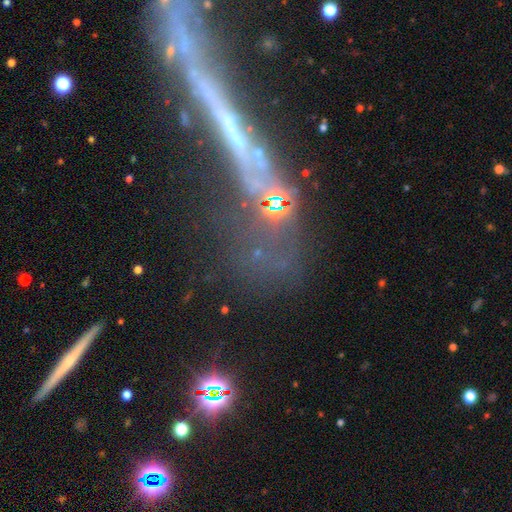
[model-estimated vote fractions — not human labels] Smooth or featured?
  - featured or disk: 47% *
  - star or artifact: 30%
  - smooth: 23%
Merging?
  - none: 47% *
  - major disturbance: 20%
  - minor disturbance: 17%
  - merger: 15%